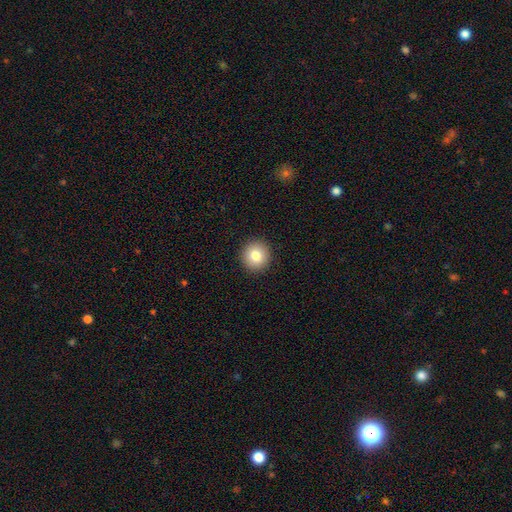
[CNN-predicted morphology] Smooth or featured?
  - smooth: 81% *
  - star or artifact: 10%
  - featured or disk: 9%
How rounded?
  - round: 92% *
  - in between: 7%
  - cigar-shaped: 1%
Merging?
  - none: 93% *
  - minor disturbance: 5%
  - major disturbance: 2%
  - merger: 1%